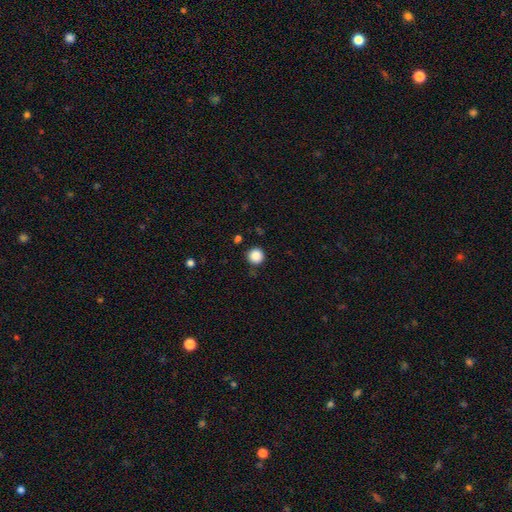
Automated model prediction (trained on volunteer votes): Smooth or featured?
  - smooth: 87% *
  - star or artifact: 10%
  - featured or disk: 3%
How rounded?
  - round: 95% *
  - in between: 4%
  - cigar-shaped: 1%
Merging?
  - none: 88% *
  - minor disturbance: 8%
  - major disturbance: 2%
  - merger: 2%